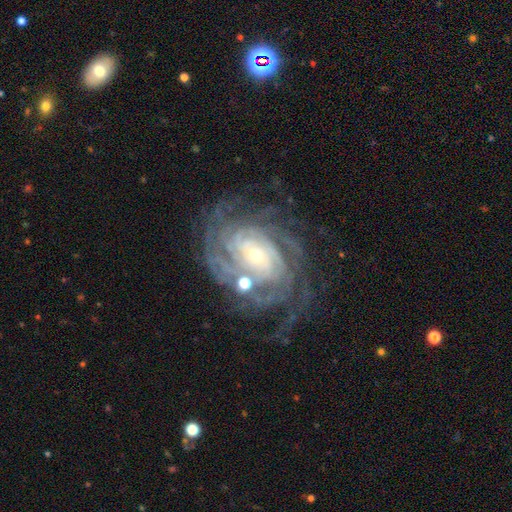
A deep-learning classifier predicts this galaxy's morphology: type=featured or disk (90%); edge-on=no (97%); bar=no (58%); spiral arms=yes (98%); winding=tight (77%); arm count=4 (25%); bulge=small (63%); merging=none (65%).